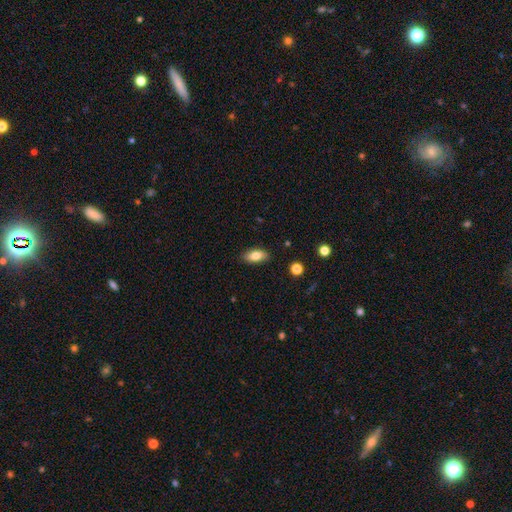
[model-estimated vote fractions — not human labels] Overall: smooth (81%). How rounded: in between (89%). Merging: none (87%).